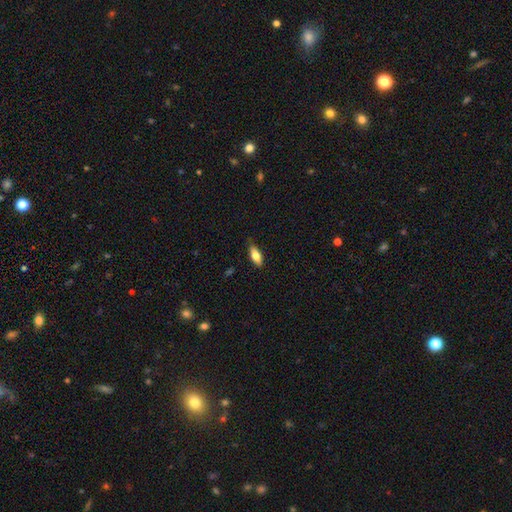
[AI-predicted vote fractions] This appears to be a smooth galaxy with no disk features (69%) that is in between round and cigar-shaped (76%). Merging: none (83%).